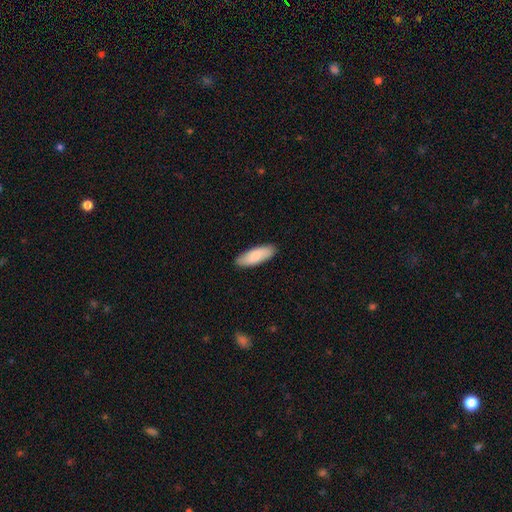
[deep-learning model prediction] smooth_or_featured: smooth (p=0.83) [alt: featured or disk p=0.12]
how_rounded: in between (p=0.62) [alt: cigar-shaped p=0.36]
merging: none (p=0.89) [alt: minor disturbance p=0.08]